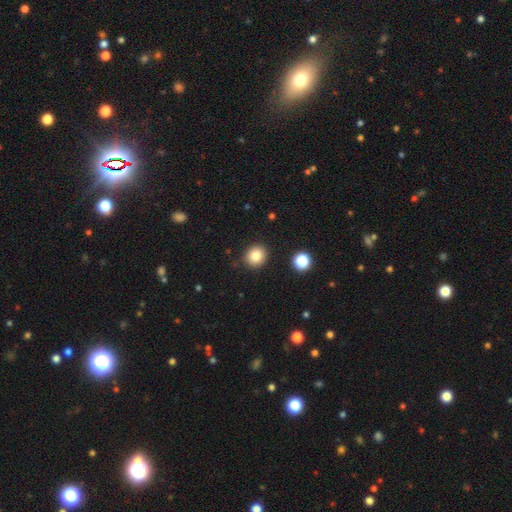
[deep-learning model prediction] This is clearly a smooth galaxy (83%). How rounded: clearly round (81%). Merging: clearly none (88%).